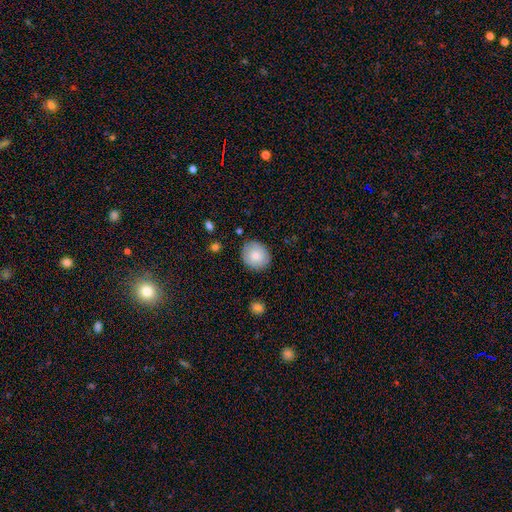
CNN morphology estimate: smooth_or_featured: smooth (p=0.79) [alt: featured or disk p=0.14]
how_rounded: round (p=0.78) [alt: in between p=0.21]
merging: none (p=0.85) [alt: minor disturbance p=0.11]